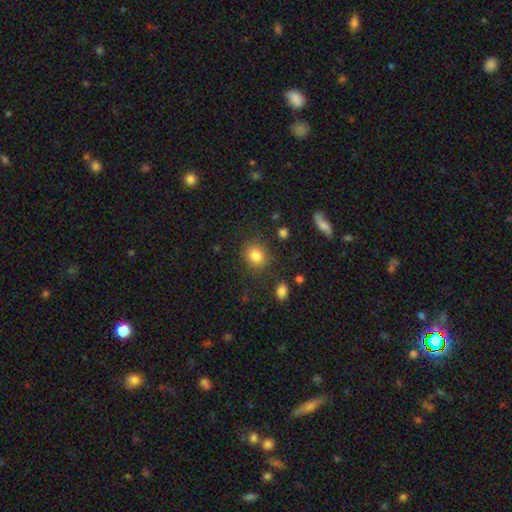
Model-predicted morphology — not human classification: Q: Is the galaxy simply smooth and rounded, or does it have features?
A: smooth — 83%.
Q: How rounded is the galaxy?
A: round — 69%.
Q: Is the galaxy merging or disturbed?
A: none — 82%.